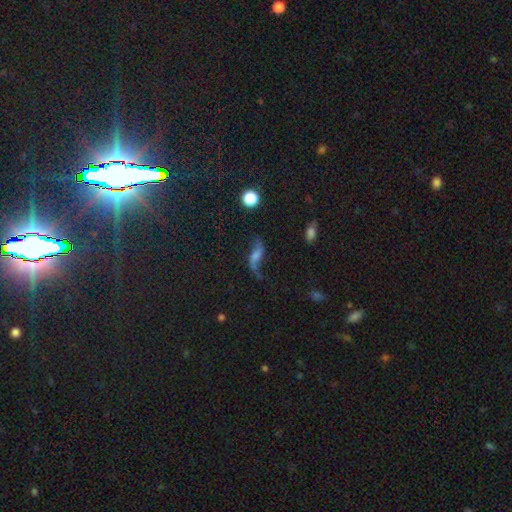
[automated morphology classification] A featured or disk galaxy (64%) with no bar (50%), spiral arms (90%) and no central bulge (31%).

Vote fractions:
- Smooth or featured? featured or disk: 64% / smooth: 20% / star or artifact: 15%
- Edge-on disk? no: 86% / yes: 14%
- Bar? no: 50% / weak: 36% / strong: 14%
- Spiral arms? yes: 90% / no: 10%
- Bulge size? none: 31% / small: 28% / moderate: 26% / large: 11% / dominant: 4%
- Merging? none: 63% / minor disturbance: 17% / major disturbance: 14% / merger: 5%